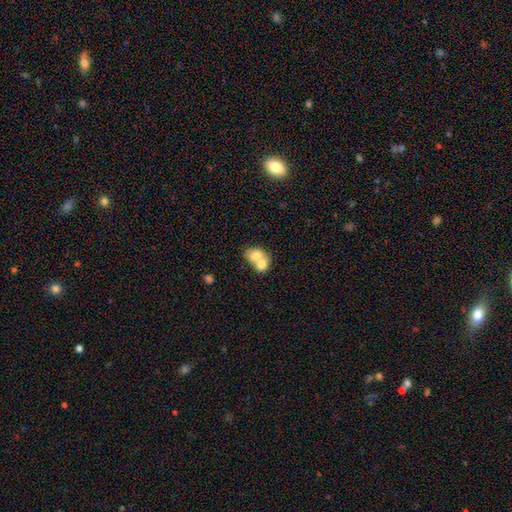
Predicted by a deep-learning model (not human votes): Smooth or featured: smooth — 71% (featured or disk — 22%)
How rounded: in between — 56% (round — 43%)
Merging: merger — 76% (none — 16%)